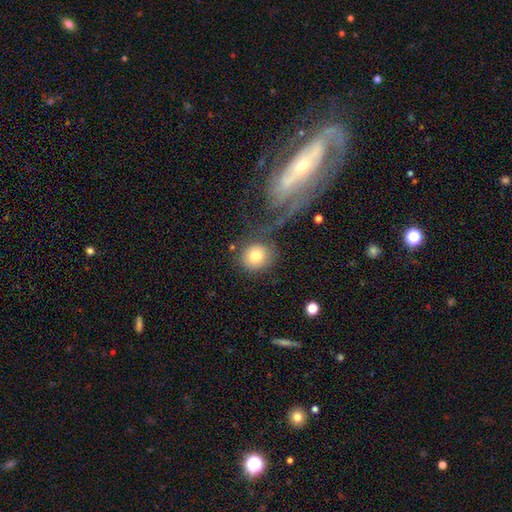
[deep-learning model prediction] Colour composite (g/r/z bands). It shows a smooth galaxy with no disk features (77%) that is round (84%). Merging: none (68%).